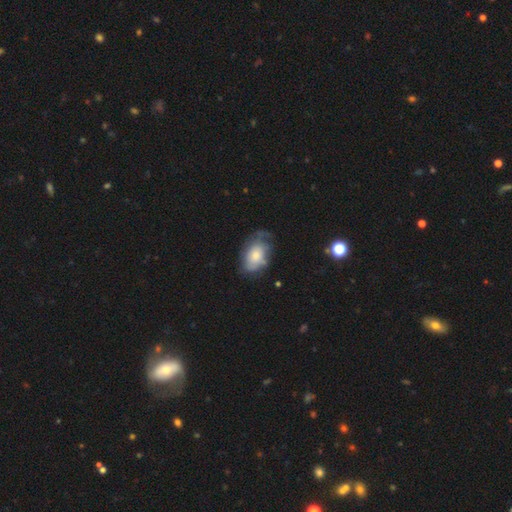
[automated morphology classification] smooth_or_featured: smooth (p=0.63) [alt: featured or disk p=0.30]
how_rounded: in between (p=0.86) [alt: round p=0.13]
merging: none (p=0.44) [alt: minor disturbance p=0.34]